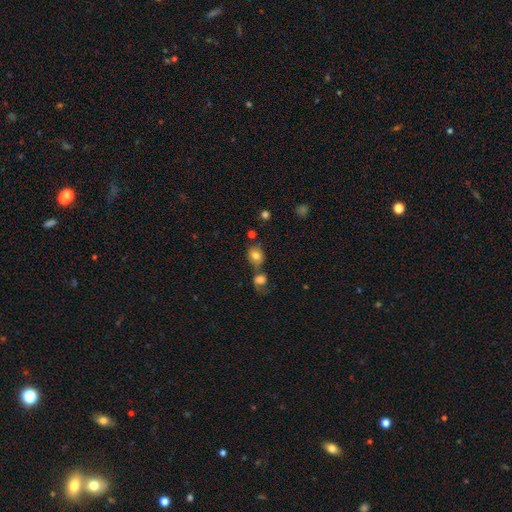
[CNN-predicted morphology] smooth 77%, featured or disk 12%, star or artifact 11%. Down the decision tree: how rounded — round (56%); merging — none (55%).